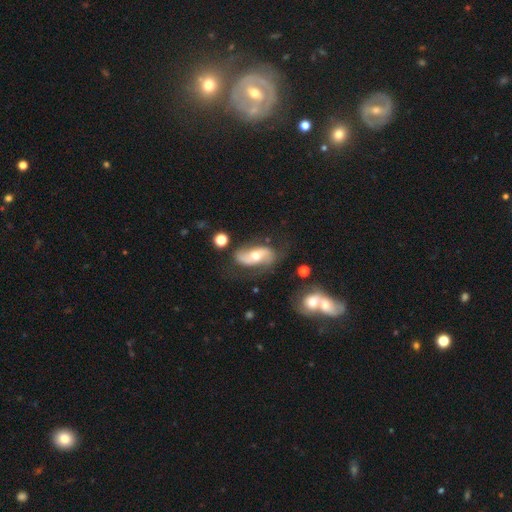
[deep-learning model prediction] Morphology: type=featured or disk (69%); edge-on=no (92%); bar=no (54%); spiral arms=yes (84%); winding=loose (62%); arm count=2 (88%); bulge=moderate (73%); merging=none (66%).